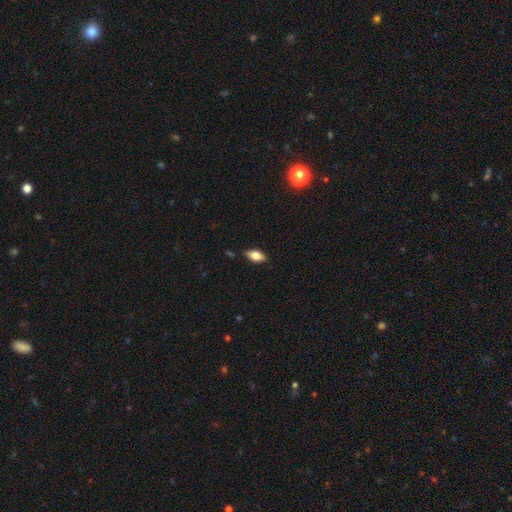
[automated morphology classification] Q: Smooth or featured?
A: smooth (76%); runner-up: featured or disk (17%)
Q: How rounded?
A: in between (90%); runner-up: cigar-shaped (7%)
Q: Merging?
A: none (87%); runner-up: minor disturbance (10%)